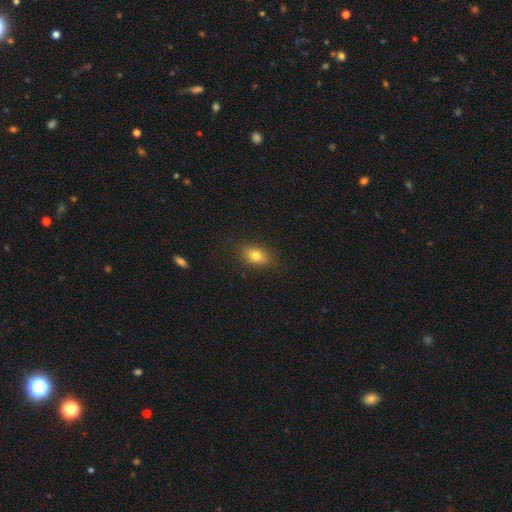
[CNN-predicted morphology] The model was most divided on "smooth or featured": smooth: 77%, featured or disk: 13%, star or artifact: 10%. More confident: merging — none (84%); how rounded — in between (81%).